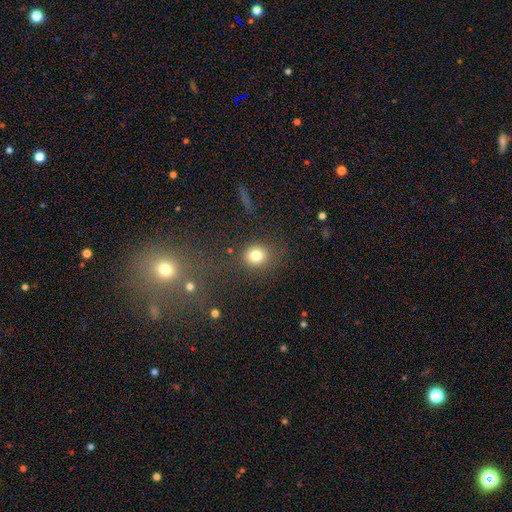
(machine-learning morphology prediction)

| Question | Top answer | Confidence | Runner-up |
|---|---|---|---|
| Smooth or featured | smooth | 81% | star or artifact (12%) |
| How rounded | round | 81% | in between (18%) |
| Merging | none | 78% | minor disturbance (12%) |